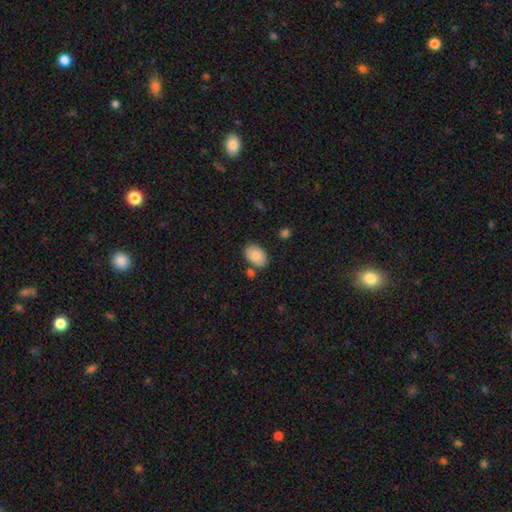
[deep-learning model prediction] Overall: smooth (86%). How rounded: in between (87%). Merging: none (75%).